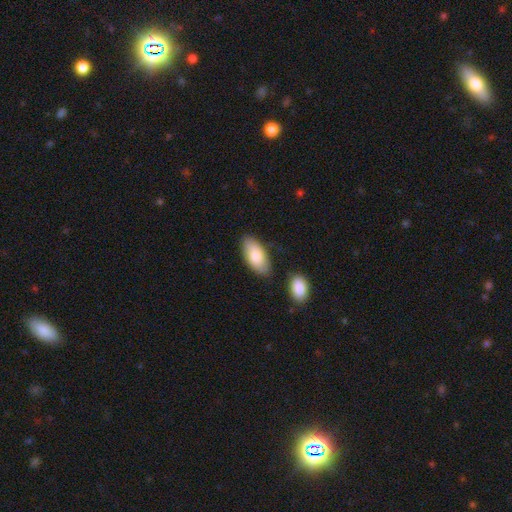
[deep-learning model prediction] This appears to be a smooth galaxy with no disk features (82%) that is in between round and cigar-shaped (92%). Merging: none (79%).